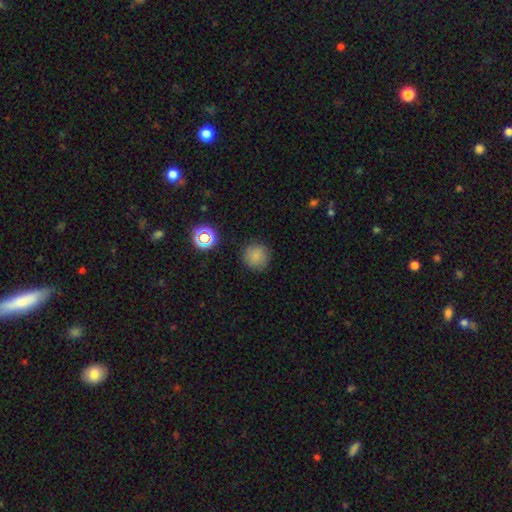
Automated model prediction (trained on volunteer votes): Morphology: type=smooth (80%); roundness=round (94%); merging=none (87%).